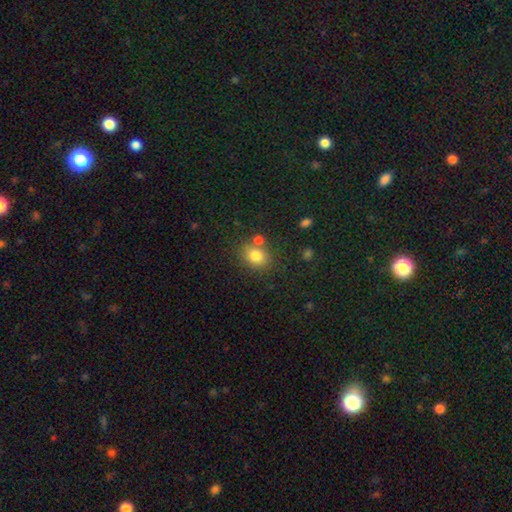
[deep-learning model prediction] Smooth or featured? Predicted: smooth (p=0.80). How rounded? Predicted: round (p=0.60). Merging? Predicted: none (p=0.70).